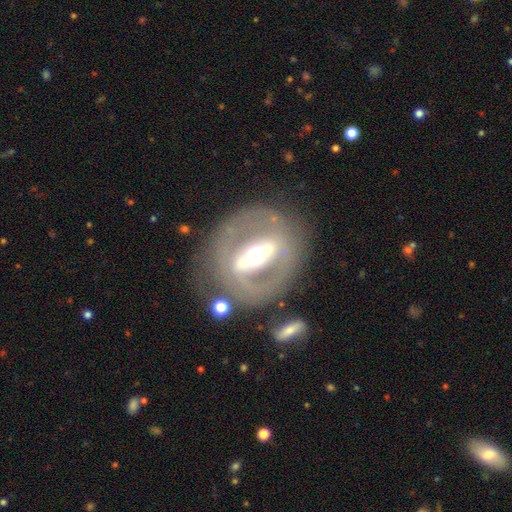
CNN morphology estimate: Overall: featured or disk (78%). Edge-on disk: no (84%). Bar: strong (72%). Spiral arms: no (66%; yes 34%). Bulge size: moderate (65%). Merging: none (72%).